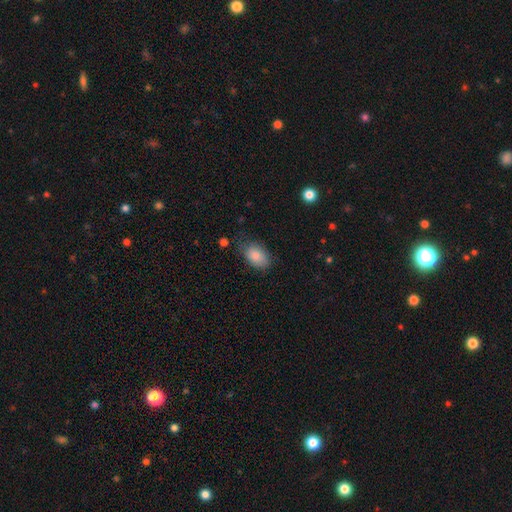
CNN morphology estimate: A smooth galaxy with no disk features (84%) that is in between round and cigar-shaped (88%). Merging: none (68%).